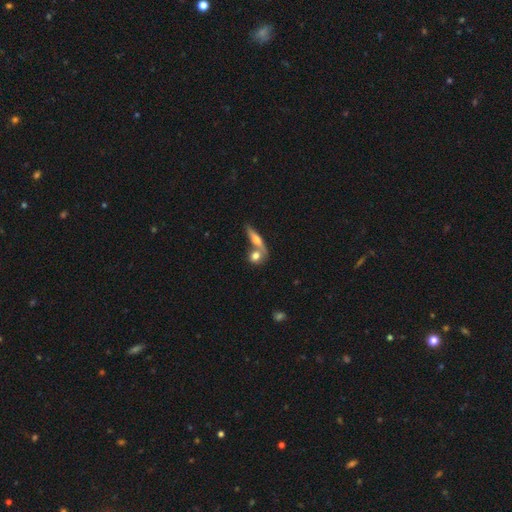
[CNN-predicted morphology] Smooth or featured: smooth — 65% (featured or disk — 27%)
How rounded: round — 52% (in between — 31%)
Merging: none — 45% (merger — 42%)